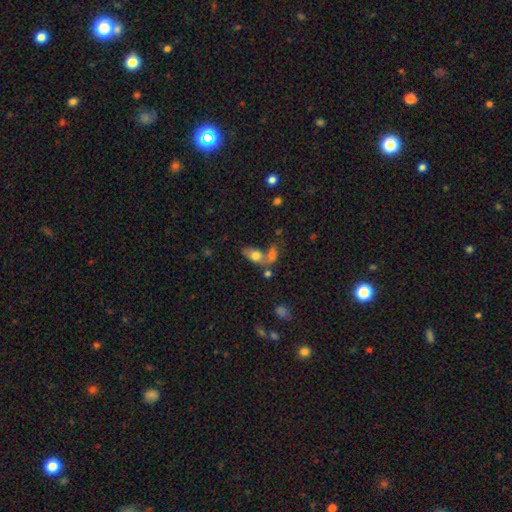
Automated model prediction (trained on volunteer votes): A smooth galaxy with no disk features (71%) that is in between round and cigar-shaped (86%). Merging: merger (43%).